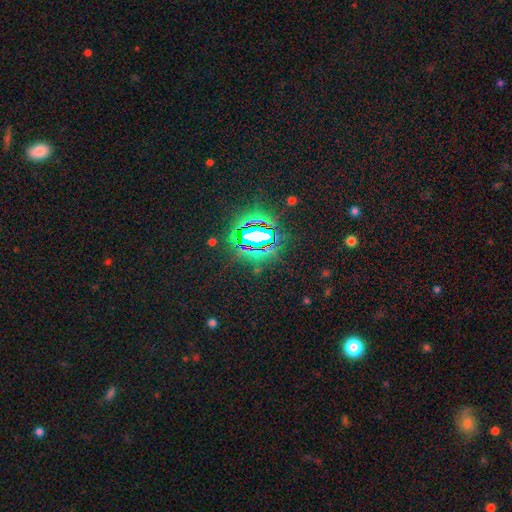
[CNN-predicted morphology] Smooth or featured: star or artifact — 83% (smooth — 10%)